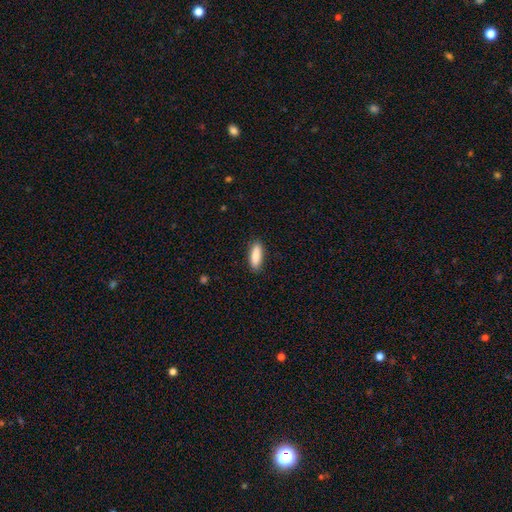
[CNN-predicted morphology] Smooth or featured? smooth (86%)
How rounded? in between (55%)
Merging? none (88%)